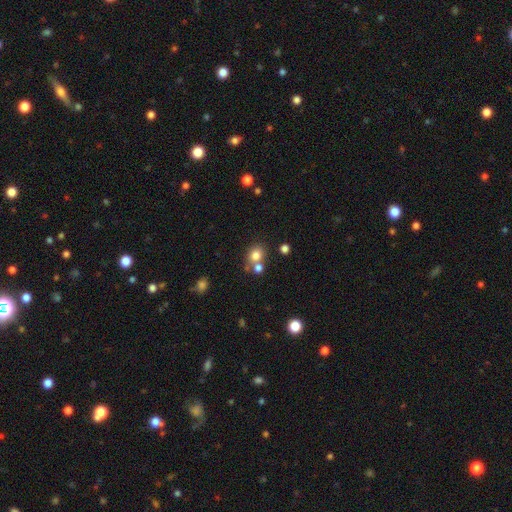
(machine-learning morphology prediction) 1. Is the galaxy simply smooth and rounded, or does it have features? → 78% smooth, 13% star or artifact, 9% featured or disk.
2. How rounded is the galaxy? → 71% round, 28% in between, 1% cigar-shaped.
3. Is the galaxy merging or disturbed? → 55% none, 31% merger, 10% minor disturbance, 4% major disturbance.